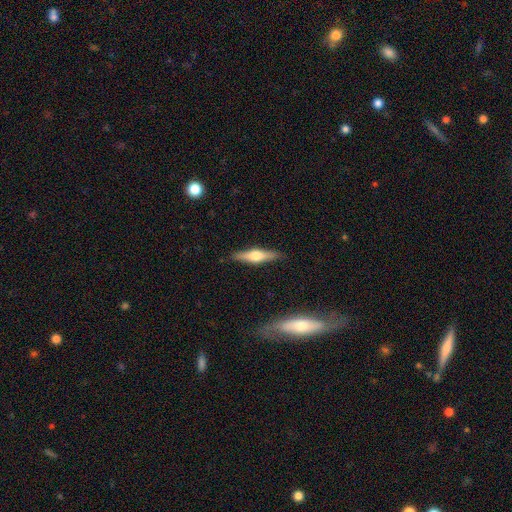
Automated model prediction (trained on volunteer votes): The model was most divided on "smooth or featured": featured or disk: 59%, smooth: 35%, star or artifact: 6%. More confident: edge-on disk — yes (96%); edge-on bulge — rounded (91%); merging — none (88%).